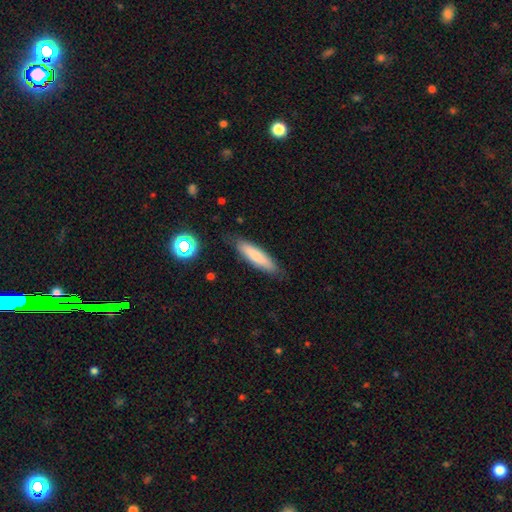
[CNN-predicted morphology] The model was most divided on "how rounded": cigar-shaped: 76%, in between: 23%, round: 1%. More confident: merging — none (82%); smooth or featured — smooth (75%).